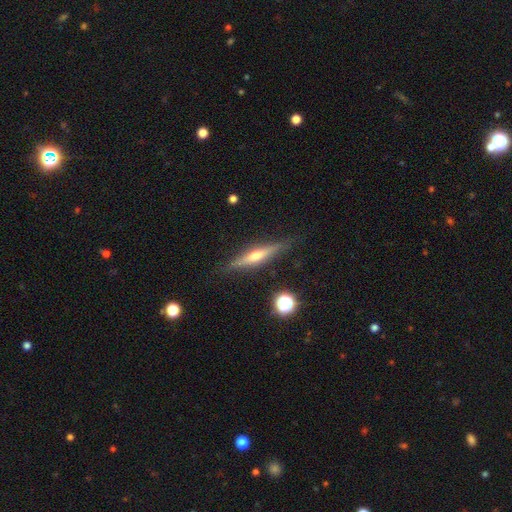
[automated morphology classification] smooth_or_featured: featured or disk (p=0.63) [alt: smooth p=0.30]
disk_edge_on: yes (p=0.95) [alt: no p=0.05]
edge_on_bulge: rounded (p=0.85) [alt: none p=0.10]
merging: none (p=0.87) [alt: minor disturbance p=0.10]